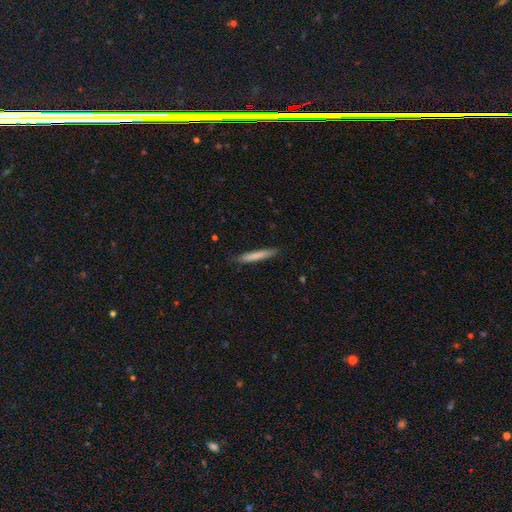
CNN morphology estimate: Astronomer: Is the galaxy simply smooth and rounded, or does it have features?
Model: smooth — 78%.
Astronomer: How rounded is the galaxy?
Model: cigar-shaped — 95%.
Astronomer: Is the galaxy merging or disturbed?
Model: none — 86%.